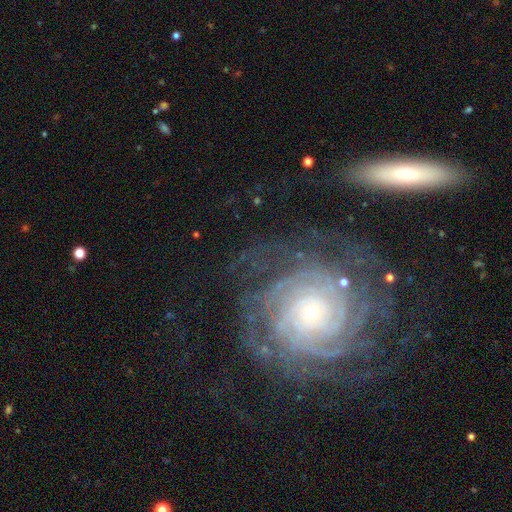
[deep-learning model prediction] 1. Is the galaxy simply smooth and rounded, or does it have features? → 84% featured or disk, 9% star or artifact, 7% smooth.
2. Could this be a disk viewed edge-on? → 95% no, 5% yes.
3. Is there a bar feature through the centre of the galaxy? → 77% no, 16% weak, 7% strong.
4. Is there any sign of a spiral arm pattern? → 97% yes, 3% no.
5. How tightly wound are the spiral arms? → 81% tight, 16% medium, 3% loose.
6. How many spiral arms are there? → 29% can't tell, 20% 4, 17% more than 4, 14% 3, 12% 2, 7% 1.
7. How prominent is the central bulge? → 72% small, 22% moderate, 3% large, 2% none, 1% dominant.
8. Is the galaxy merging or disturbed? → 75% none, 14% minor disturbance, 8% major disturbance, 3% merger.